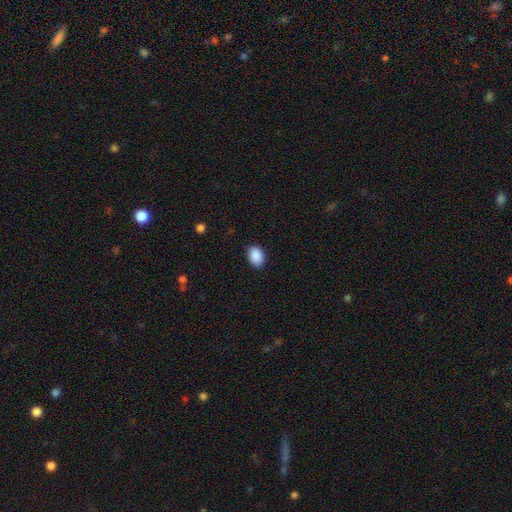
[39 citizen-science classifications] smooth_or_featured: smooth (p=0.95) [alt: star or artifact p=0.05]
how_rounded: in between (p=0.81) [alt: round p=0.19]
merging: none (p=0.89) [alt: minor disturbance p=0.08]